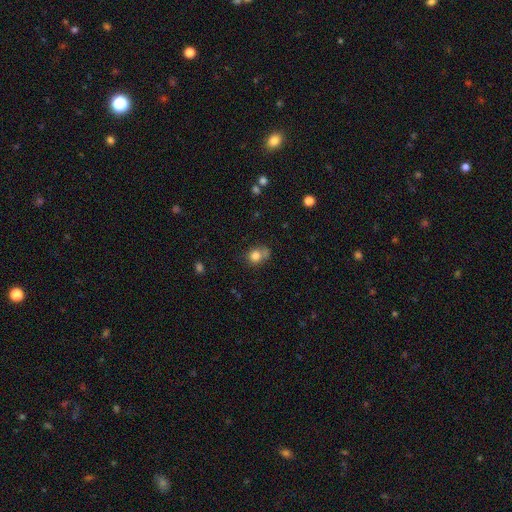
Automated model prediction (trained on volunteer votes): This is clearly a smooth galaxy (80%). How rounded: likely round (73%). Merging: possibly none (51%).